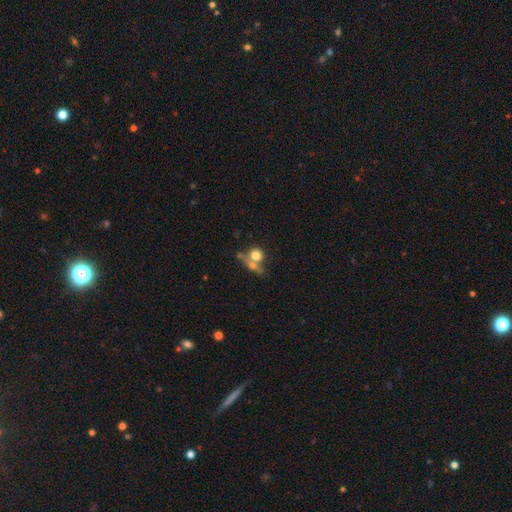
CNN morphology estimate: This is likely a smooth galaxy (69%). How rounded: likely round (79%). Merging: possibly merger (47%).